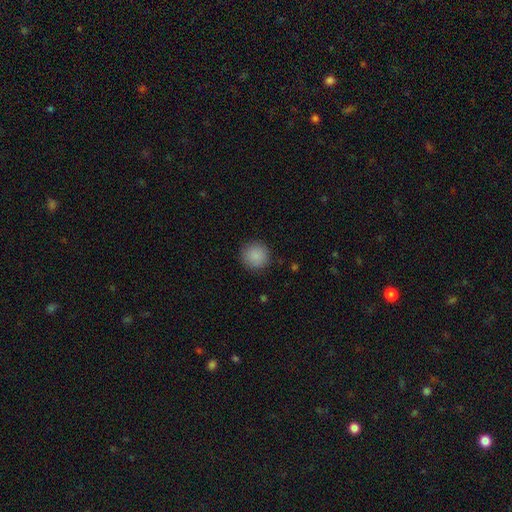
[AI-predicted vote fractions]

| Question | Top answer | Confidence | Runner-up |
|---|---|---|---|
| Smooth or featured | smooth | 88% | star or artifact (9%) |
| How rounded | round | 95% | in between (4%) |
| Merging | none | 90% | minor disturbance (7%) |